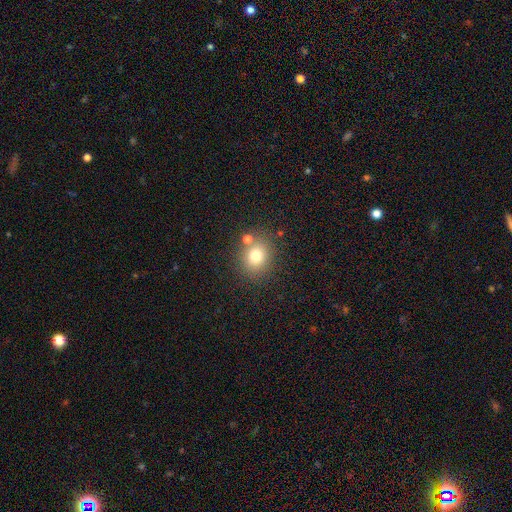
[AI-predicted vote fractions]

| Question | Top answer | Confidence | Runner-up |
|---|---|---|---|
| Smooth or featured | smooth | 77% | star or artifact (13%) |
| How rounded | round | 75% | in between (24%) |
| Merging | none | 74% | merger (12%) |